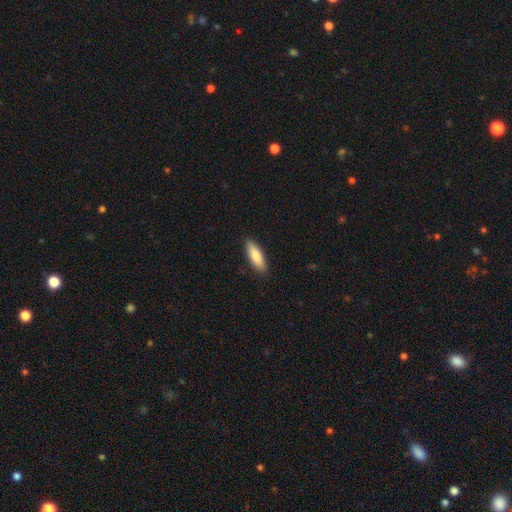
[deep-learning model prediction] This is clearly a smooth galaxy (82%). How rounded: possibly in between (52%). Merging: clearly none (89%).